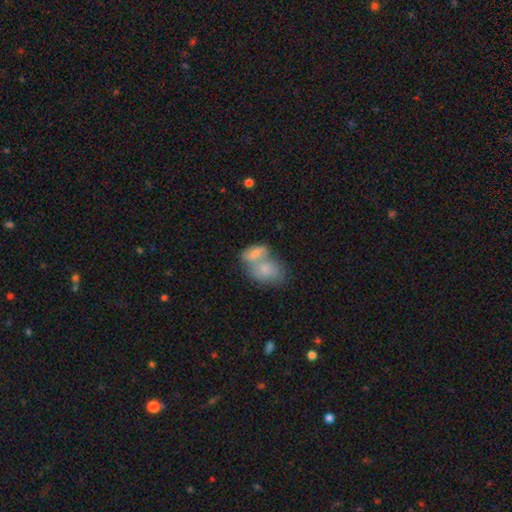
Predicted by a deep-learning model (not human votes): Smooth or featured? Predicted: smooth (p=0.74). How rounded? Predicted: in between (p=0.85). Merging? Predicted: merger (p=0.71).